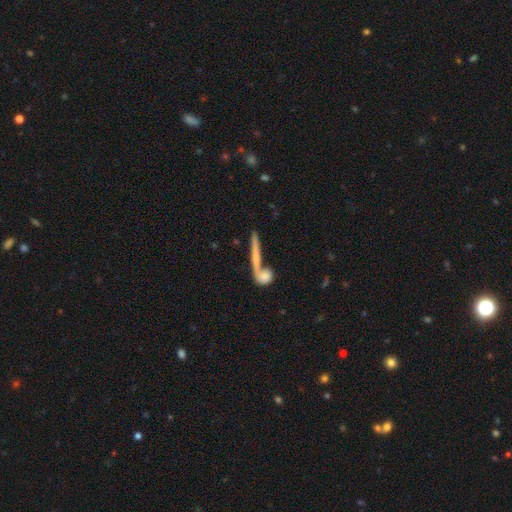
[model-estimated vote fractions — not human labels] A smooth galaxy with no disk features (55%) that is cigar-shaped (84%).

Vote fractions:
- Smooth or featured? smooth: 55% / featured or disk: 36% / star or artifact: 8%
- How rounded? cigar-shaped: 84% / in between: 10% / round: 6%
- Merging? none: 54% / merger: 31% / minor disturbance: 10% / major disturbance: 6%